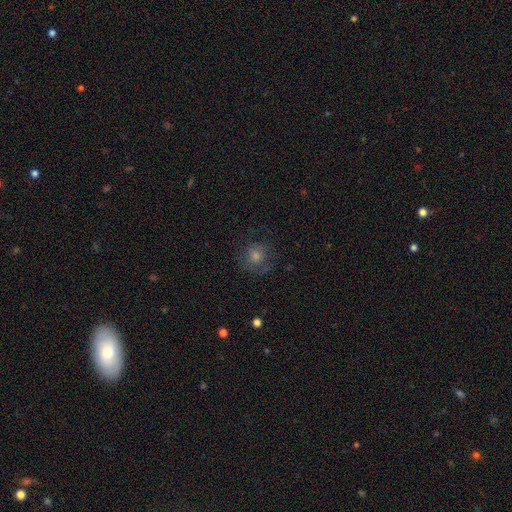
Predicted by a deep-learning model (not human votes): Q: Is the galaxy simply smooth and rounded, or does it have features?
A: smooth — 49%.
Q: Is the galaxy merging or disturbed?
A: none — 75%.